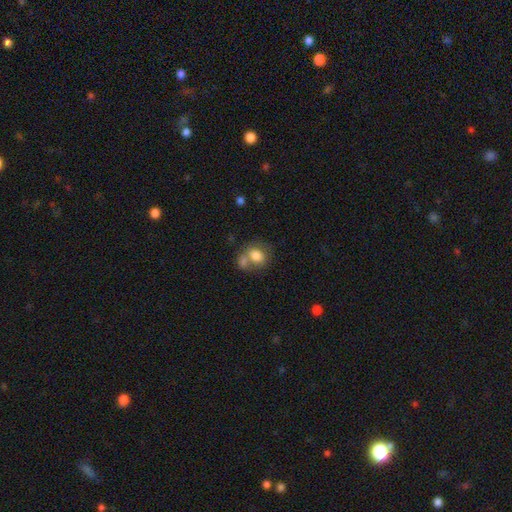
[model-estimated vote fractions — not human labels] Smooth or featured? smooth (78%)
How rounded? round (60%)
Merging? merger (41%)